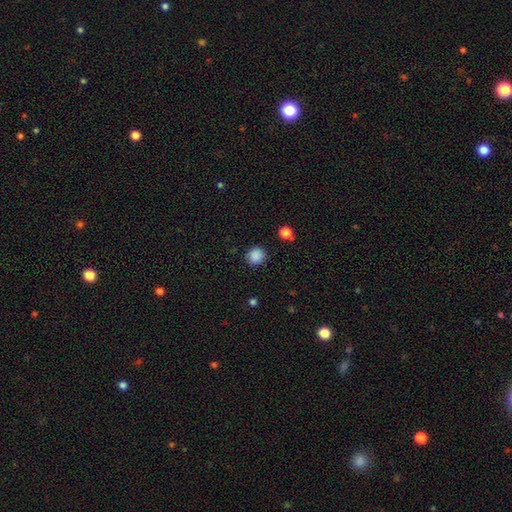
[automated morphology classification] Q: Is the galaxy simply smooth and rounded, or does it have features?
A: smooth — 87%.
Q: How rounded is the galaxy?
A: round — 90%.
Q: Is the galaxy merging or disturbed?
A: none — 89%.